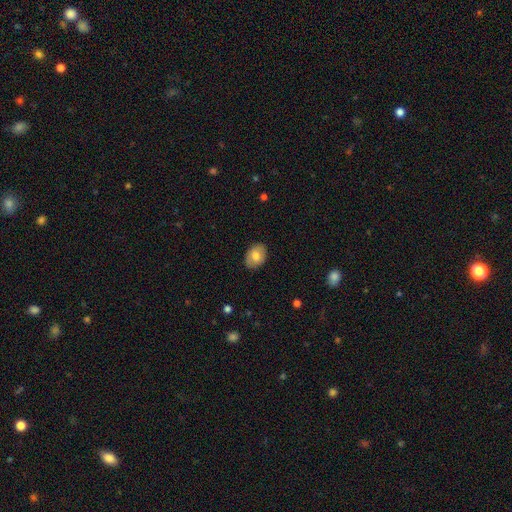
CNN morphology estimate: This appears to be a smooth galaxy with no disk features (74%) that is in between round and cigar-shaped (76%). Merging: none (87%).